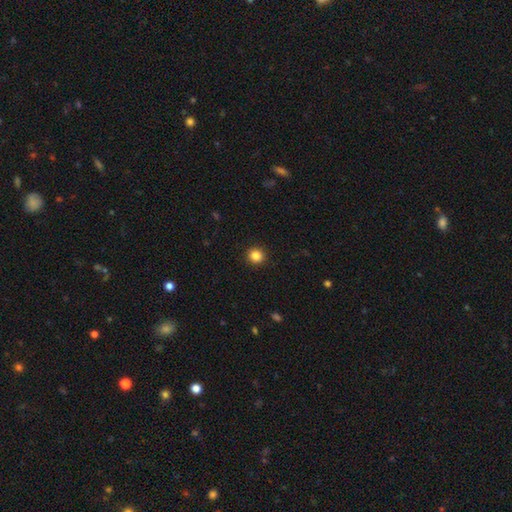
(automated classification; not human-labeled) A smooth galaxy with no disk features (85%) that is round (91%).

Vote fractions:
- Smooth or featured? smooth: 85% / star or artifact: 11% / featured or disk: 4%
- How rounded? round: 91% / in between: 8% / cigar-shaped: 1%
- Merging? none: 92% / minor disturbance: 5% / major disturbance: 2% / merger: 1%